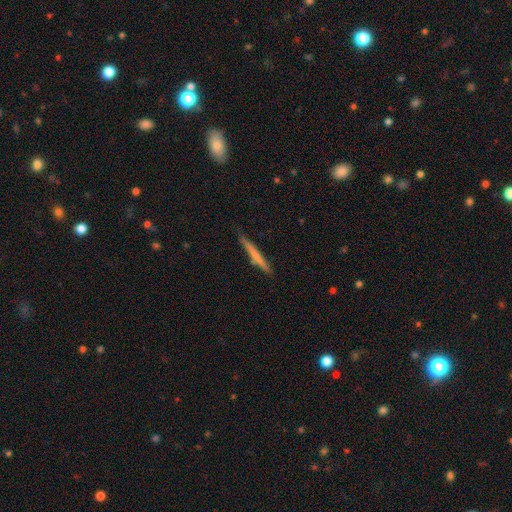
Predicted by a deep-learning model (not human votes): Smooth or featured? smooth (56%)
How rounded? cigar-shaped (96%)
Merging? none (87%)